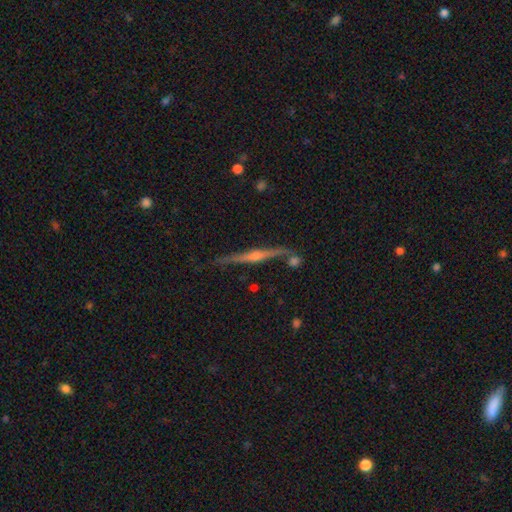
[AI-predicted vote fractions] A featured or disk galaxy (82%) viewed edge-on (98%) with a rounded central bulge (87%). Merging: none (79%).